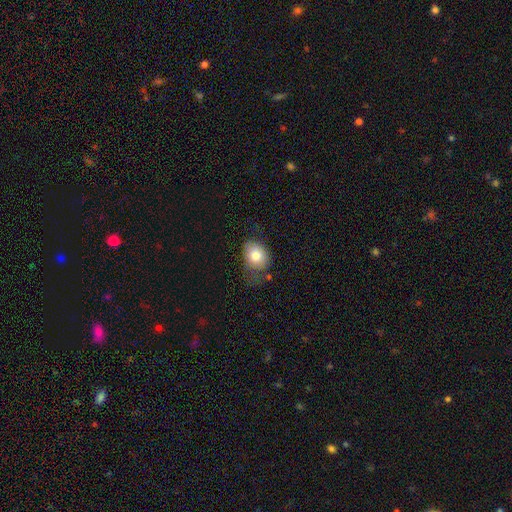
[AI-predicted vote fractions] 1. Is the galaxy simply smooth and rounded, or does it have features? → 79% smooth, 13% featured or disk, 8% star or artifact.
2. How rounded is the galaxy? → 61% in between, 38% round, 1% cigar-shaped.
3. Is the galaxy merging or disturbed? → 46% none, 33% minor disturbance, 18% major disturbance, 3% merger.